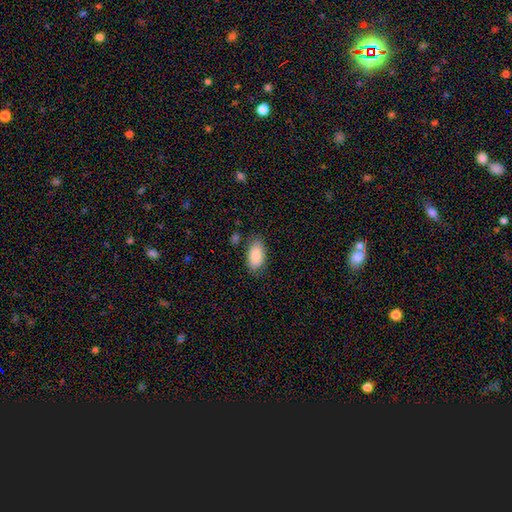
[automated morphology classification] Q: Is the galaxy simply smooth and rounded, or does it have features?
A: smooth — 87%.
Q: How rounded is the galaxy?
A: in between — 94%.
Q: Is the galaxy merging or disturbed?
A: none — 78%.